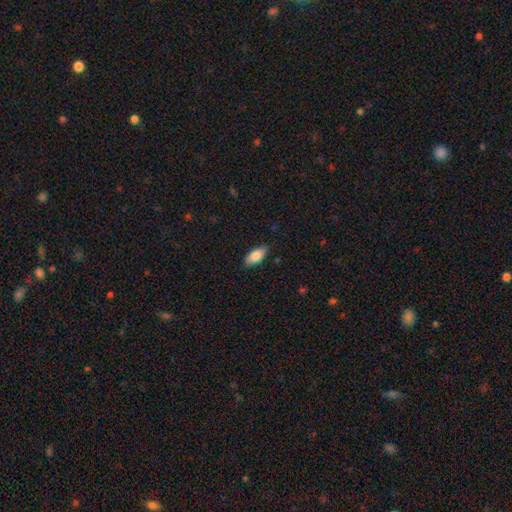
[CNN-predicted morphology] A smooth galaxy with no disk features (84%) that is in between round and cigar-shaped (88%).

Vote fractions:
- Smooth or featured? smooth: 84% / featured or disk: 9% / star or artifact: 6%
- How rounded? in between: 88% / cigar-shaped: 10% / round: 2%
- Merging? none: 80% / minor disturbance: 16% / major disturbance: 2% / merger: 1%